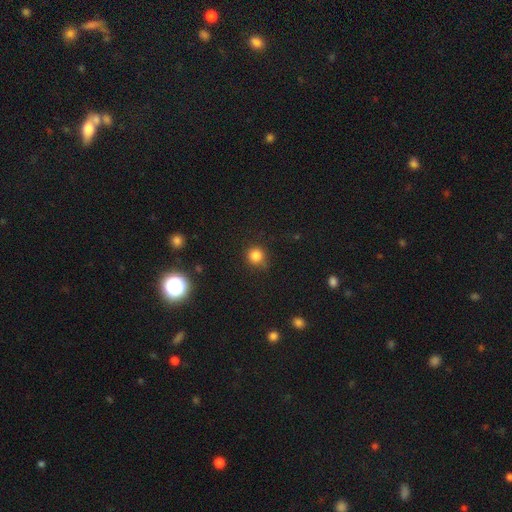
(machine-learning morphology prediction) smooth 82%, star or artifact 13%, featured or disk 4%. Down the decision tree: how rounded — round (92%); merging — none (80%).